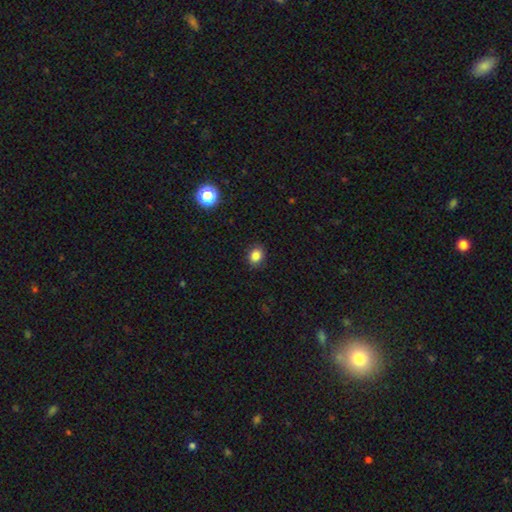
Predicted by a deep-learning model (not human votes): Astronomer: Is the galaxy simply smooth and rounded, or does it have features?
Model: smooth — 84%.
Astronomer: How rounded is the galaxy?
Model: round — 55% (runner-up: in between, 44%).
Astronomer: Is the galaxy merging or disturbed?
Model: none — 88%.